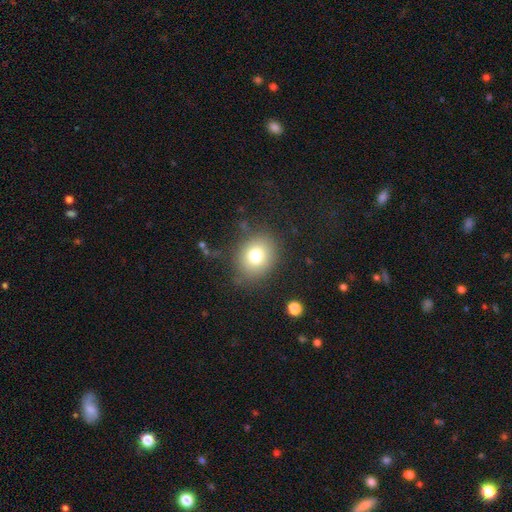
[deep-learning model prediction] smooth_or_featured: smooth (p=0.76) [alt: featured or disk p=0.12]
how_rounded: round (p=0.59) [alt: in between p=0.40]
merging: none (p=0.81) [alt: minor disturbance p=0.12]